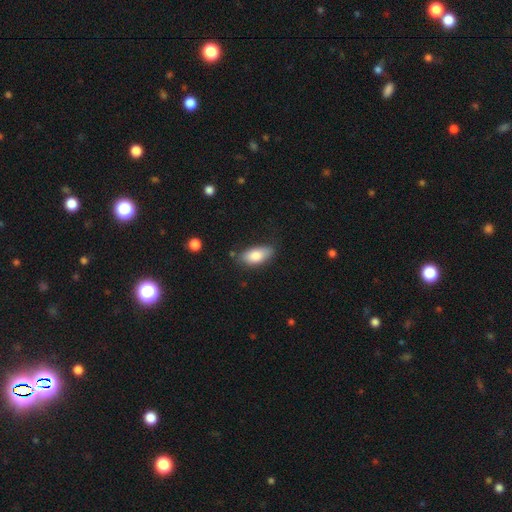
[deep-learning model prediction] Overall: smooth (82%). How rounded: in between (90%). Merging: none (74%).